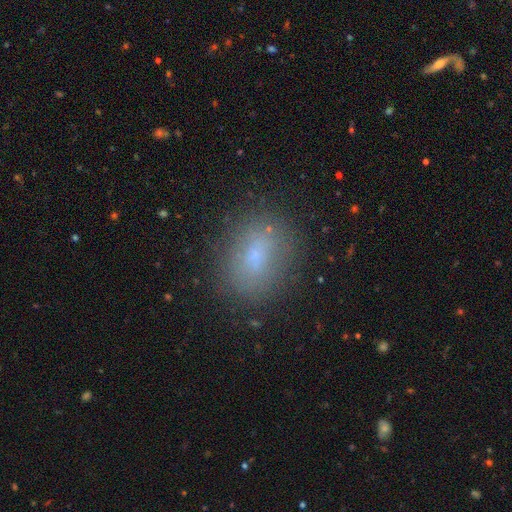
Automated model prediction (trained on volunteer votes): A smooth galaxy with no disk features (69%) that is in between round and cigar-shaped (62%).

Vote fractions:
- Smooth or featured? smooth: 69% / featured or disk: 17% / star or artifact: 14%
- How rounded? in between: 62% / round: 35% / cigar-shaped: 3%
- Merging? none: 82% / minor disturbance: 13% / major disturbance: 4% / merger: 2%